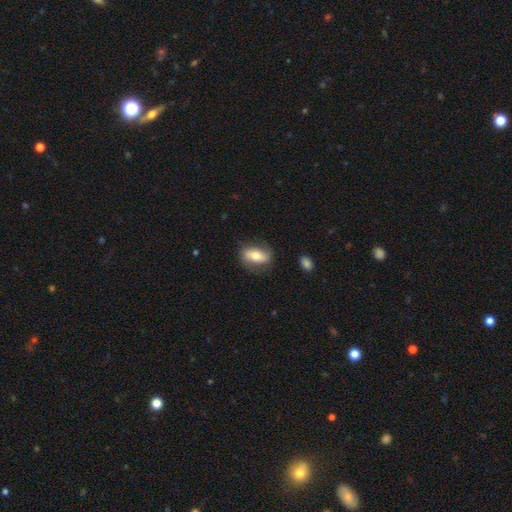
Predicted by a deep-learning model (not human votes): smooth-or-featured: smooth: 58% | featured or disk: 35% | star or artifact: 7%
  how-rounded: in between: 80% | round: 10% | cigar-shaped: 10%
  merging: none: 76% | minor disturbance: 17% | major disturbance: 5% | merger: 2%